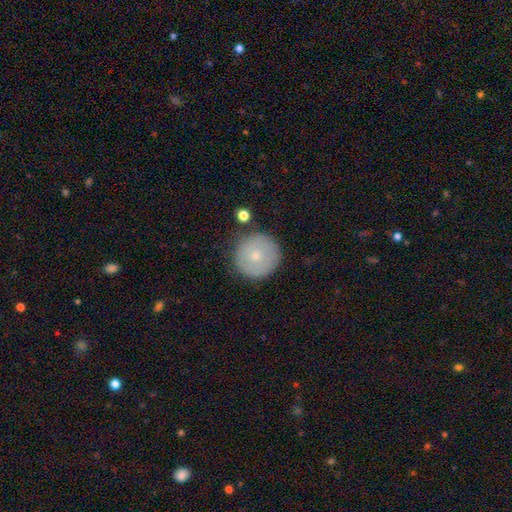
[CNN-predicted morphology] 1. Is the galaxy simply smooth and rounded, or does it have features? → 70% smooth, 22% featured or disk, 7% star or artifact.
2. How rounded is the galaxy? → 96% round, 3% in between, 1% cigar-shaped.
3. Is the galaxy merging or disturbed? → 85% none, 10% minor disturbance, 3% major disturbance, 2% merger.